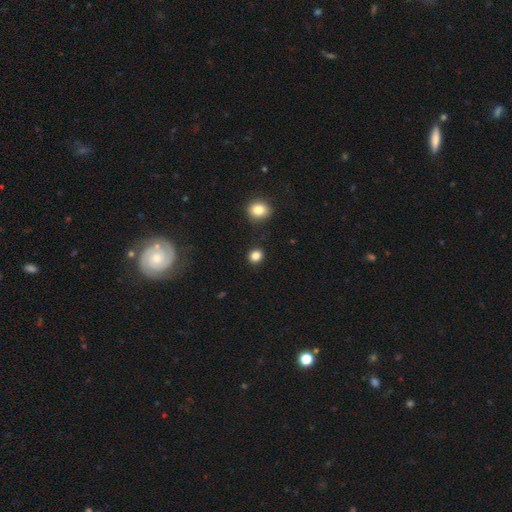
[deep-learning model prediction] This is clearly a smooth galaxy (84%). How rounded: clearly round (82%). Merging: clearly none (89%).